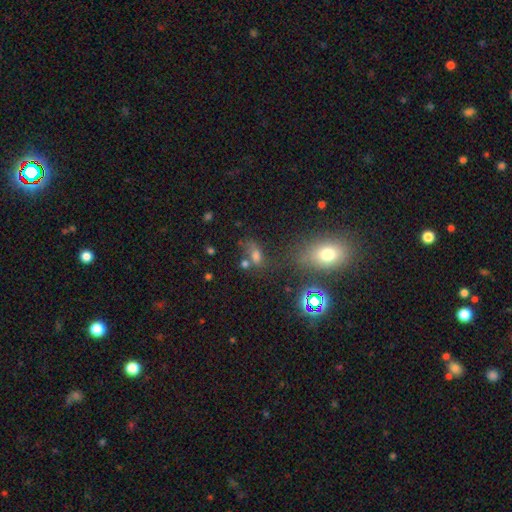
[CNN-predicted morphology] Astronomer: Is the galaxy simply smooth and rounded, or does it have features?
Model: smooth — 57%.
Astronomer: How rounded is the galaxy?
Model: in between — 71%.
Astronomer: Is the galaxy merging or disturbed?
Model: none — 47% (runner-up: merger, 24%).